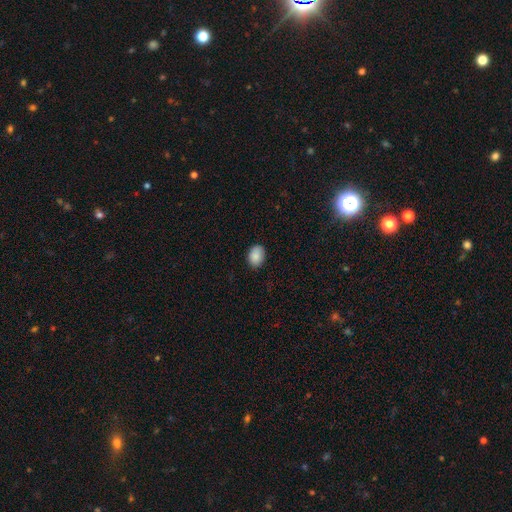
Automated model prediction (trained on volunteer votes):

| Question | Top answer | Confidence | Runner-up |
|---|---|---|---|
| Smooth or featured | smooth | 88% | star or artifact (8%) |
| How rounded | in between | 72% | round (27%) |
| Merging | none | 85% | minor disturbance (12%) |